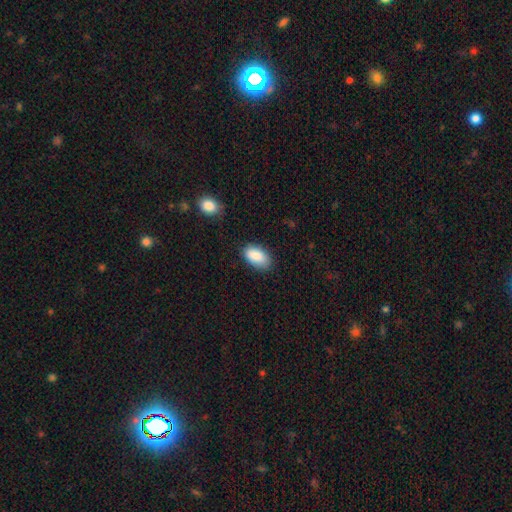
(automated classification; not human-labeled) Overall: smooth (88%). How rounded: in between (94%). Merging: none (81%).